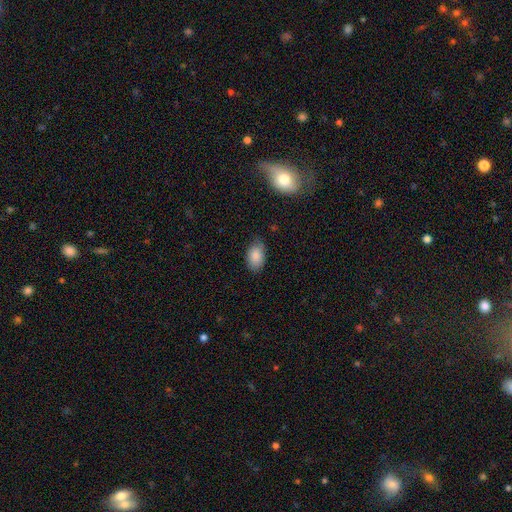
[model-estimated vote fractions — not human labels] Smooth or featured? Predicted: smooth (p=0.86). How rounded? Predicted: in between (p=0.90). Merging? Predicted: none (p=0.74).